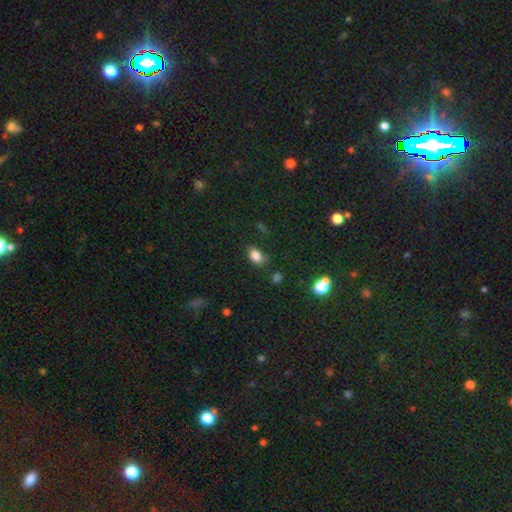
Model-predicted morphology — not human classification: smooth 84%, star or artifact 11%, featured or disk 5%. Down the decision tree: how rounded — in between (83%); merging — none (69%).